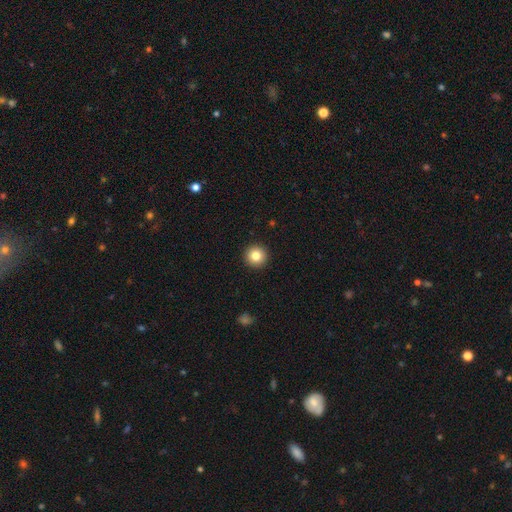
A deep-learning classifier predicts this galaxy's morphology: This is clearly a smooth galaxy (82%). How rounded: clearly round (96%). Merging: clearly none (94%).